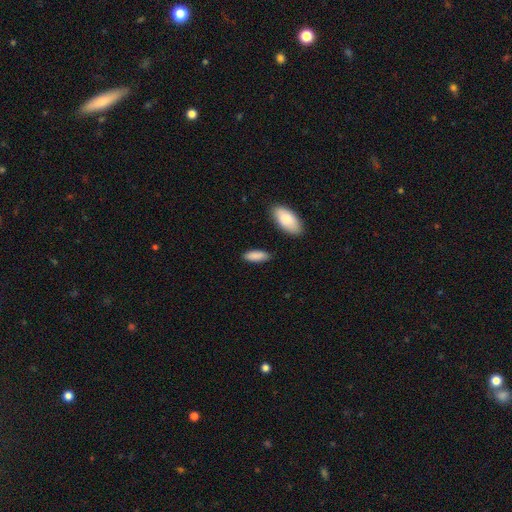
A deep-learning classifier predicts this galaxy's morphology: Smooth or featured: smooth — 88% (star or artifact — 6%)
How rounded: in between — 76% (cigar-shaped — 22%)
Merging: none — 82% (minor disturbance — 12%)